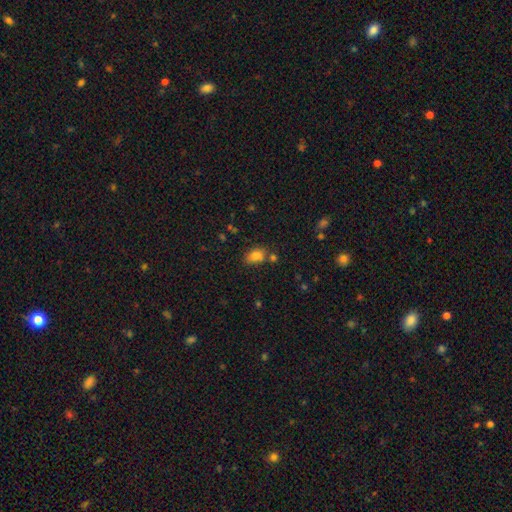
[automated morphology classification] smooth-or-featured: smooth: 81% | star or artifact: 11% | featured or disk: 8%
  how-rounded: in between: 83% | round: 15% | cigar-shaped: 2%
  merging: none: 63% | minor disturbance: 16% | merger: 16% | major disturbance: 5%